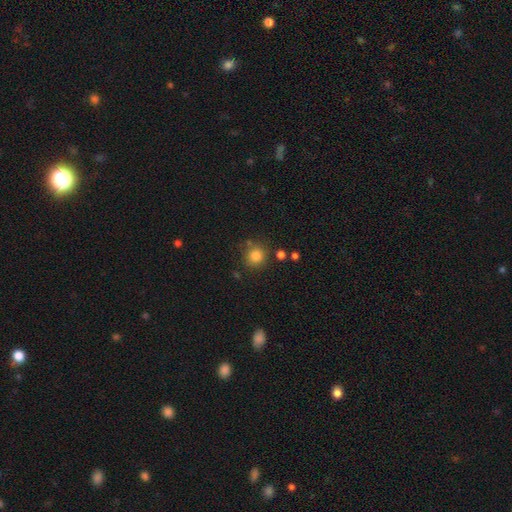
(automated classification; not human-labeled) The model was most divided on "merging": none: 78%, minor disturbance: 11%, merger: 7%, major disturbance: 4%. More confident: how rounded — round (90%); smooth or featured — smooth (82%).